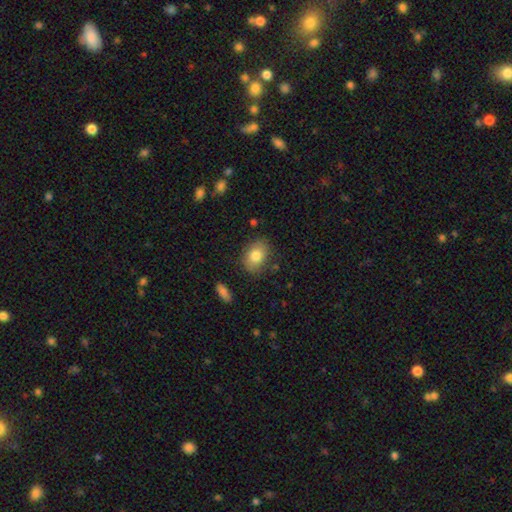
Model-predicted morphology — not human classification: This appears to be a smooth galaxy with no disk features (81%) that is in between round and cigar-shaped (72%). Merging: none (81%).